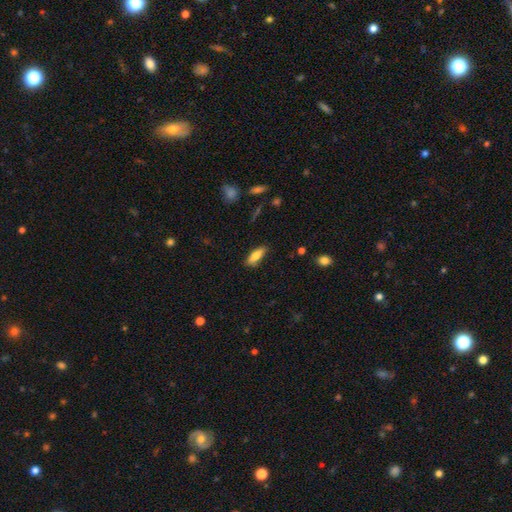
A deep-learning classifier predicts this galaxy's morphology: This appears to be a smooth galaxy with no disk features (77%) that is in between round and cigar-shaped (55%). Merging: none (82%).